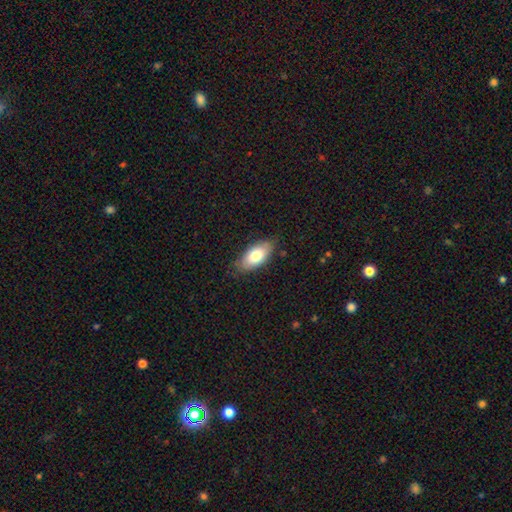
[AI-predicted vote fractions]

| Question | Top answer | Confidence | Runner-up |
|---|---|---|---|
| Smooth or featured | smooth | 75% | featured or disk (18%) |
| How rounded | in between | 91% | cigar-shaped (6%) |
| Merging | none | 79% | minor disturbance (16%) |